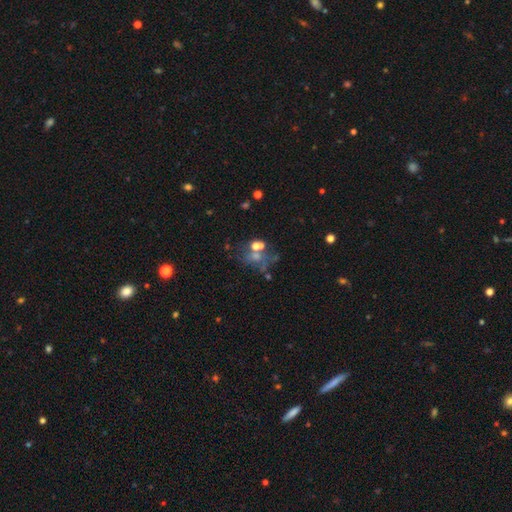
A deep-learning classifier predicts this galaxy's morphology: Smooth or featured?
  - star or artifact: 39% *
  - featured or disk: 31%
  - smooth: 30%